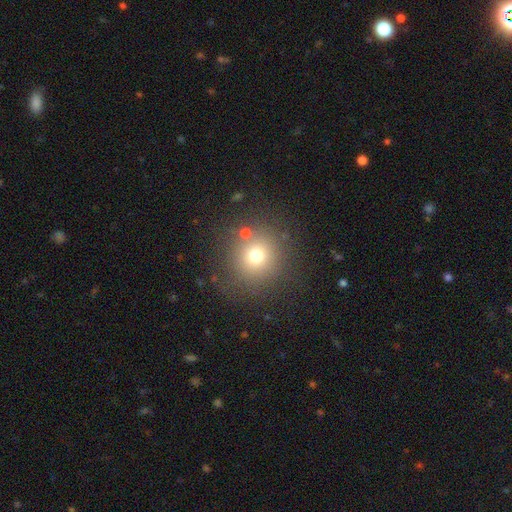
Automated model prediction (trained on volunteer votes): smooth 71%, star or artifact 18%, featured or disk 11%. Down the decision tree: how rounded — round (92%); merging — none (80%).